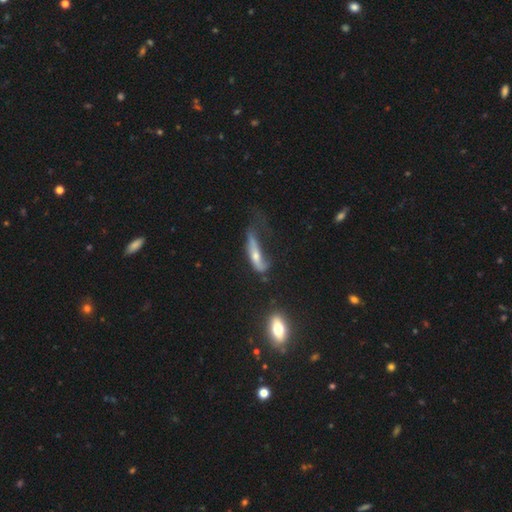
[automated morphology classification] This appears to be a featured or disk galaxy (54%) viewed edge-on (51%). Merging: major disturbance (45%).